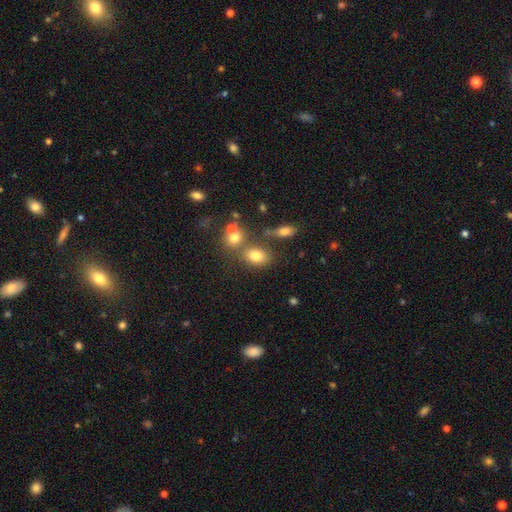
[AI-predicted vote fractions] Overall: smooth (77%). How rounded: in between (67%; round 31%). Merging: none (58%; merger 23%).